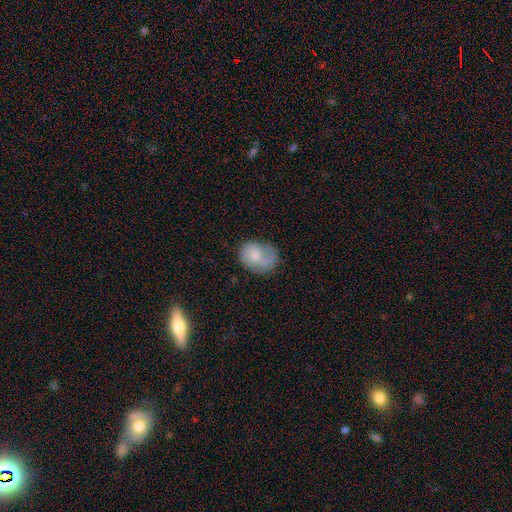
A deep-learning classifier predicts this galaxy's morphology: Smooth or featured?
  - smooth: 49% *
  - featured or disk: 43%
  - star or artifact: 8%
Merging?
  - none: 55% *
  - minor disturbance: 28%
  - major disturbance: 15%
  - merger: 2%